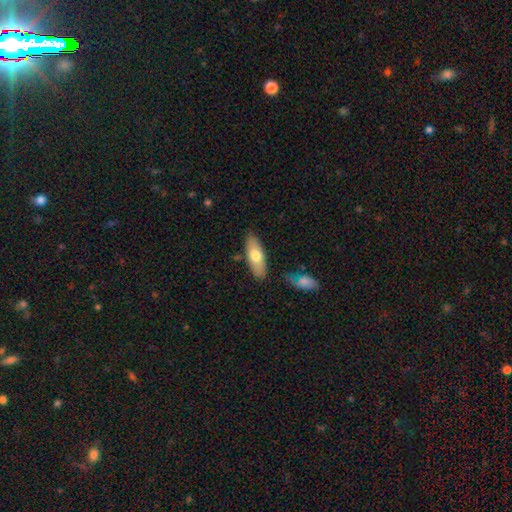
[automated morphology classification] This is likely a smooth galaxy (67%). How rounded: likely in between (72%). Merging: clearly none (82%).